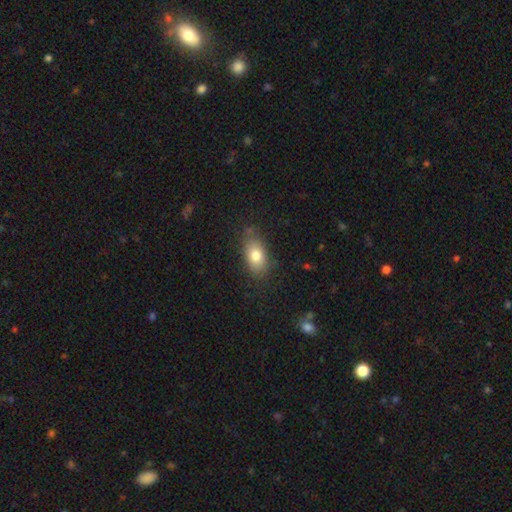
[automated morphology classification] A smooth galaxy with no disk features (79%) that is in between round and cigar-shaped (86%).

Vote fractions:
- Smooth or featured? smooth: 79% / featured or disk: 13% / star or artifact: 8%
- How rounded? in between: 86% / round: 9% / cigar-shaped: 5%
- Merging? none: 76% / minor disturbance: 17% / major disturbance: 5% / merger: 2%